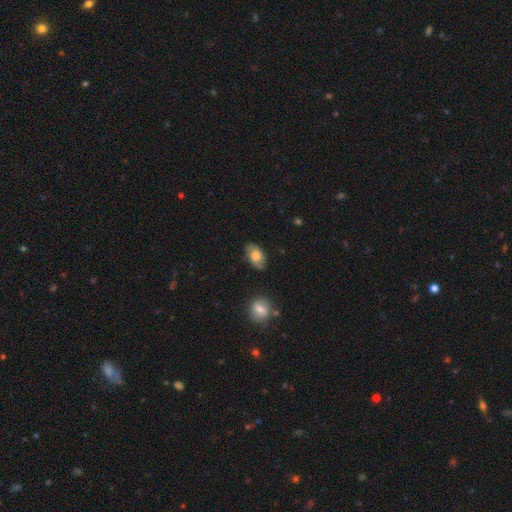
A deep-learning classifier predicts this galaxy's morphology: Smooth or featured? Predicted: smooth (p=0.55). How rounded? Predicted: in between (p=0.88). Merging? Predicted: none (p=0.77).